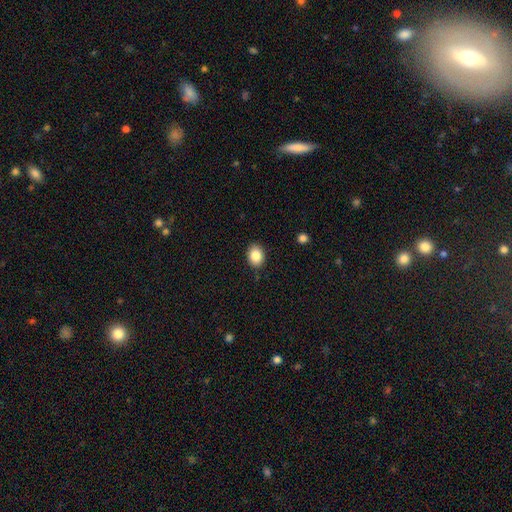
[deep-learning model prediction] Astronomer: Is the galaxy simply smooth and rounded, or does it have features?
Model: smooth — 85%.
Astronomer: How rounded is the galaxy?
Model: in between — 67%.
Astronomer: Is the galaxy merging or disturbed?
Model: none — 86%.